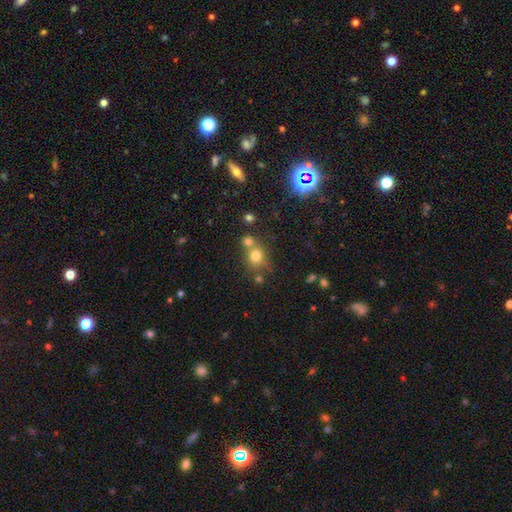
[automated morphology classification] Q: Smooth or featured?
A: smooth (74%); runner-up: star or artifact (16%)
Q: How rounded?
A: round (77%); runner-up: in between (22%)
Q: Merging?
A: none (53%); runner-up: merger (32%)